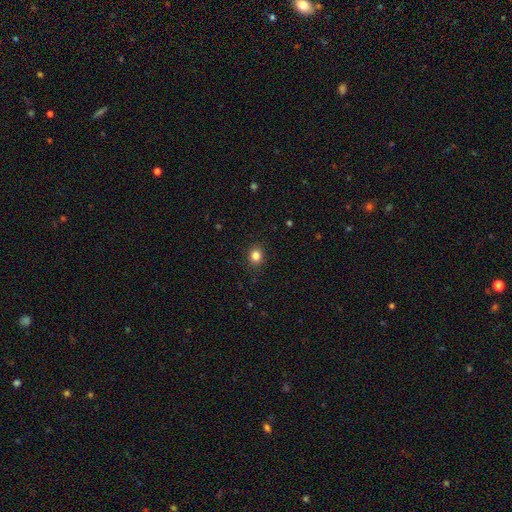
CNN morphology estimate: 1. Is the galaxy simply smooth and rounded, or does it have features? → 83% smooth, 12% star or artifact, 5% featured or disk.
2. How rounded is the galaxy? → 71% round, 28% in between, 1% cigar-shaped.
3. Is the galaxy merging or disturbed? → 89% none, 7% minor disturbance, 2% major disturbance, 1% merger.